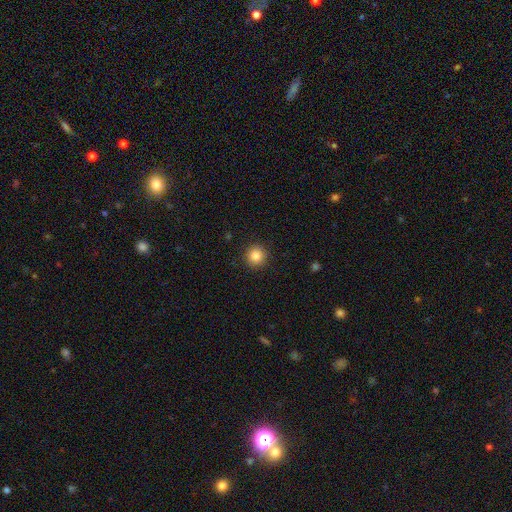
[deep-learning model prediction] smooth 86%, star or artifact 10%, featured or disk 4%. Down the decision tree: how rounded — round (94%); merging — none (91%).